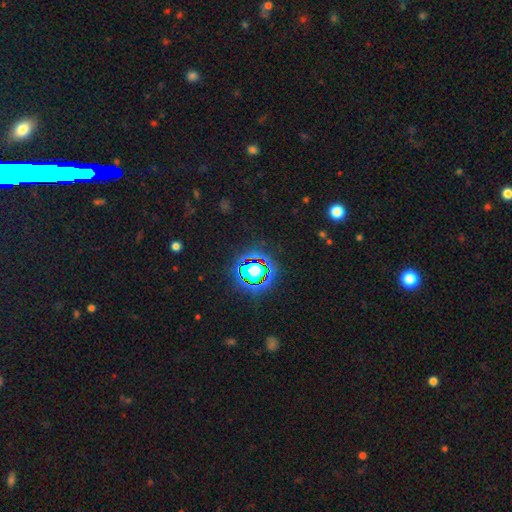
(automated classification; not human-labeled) The model was most divided on "smooth or featured": star or artifact: 82%, smooth: 11%, featured or disk: 8%.